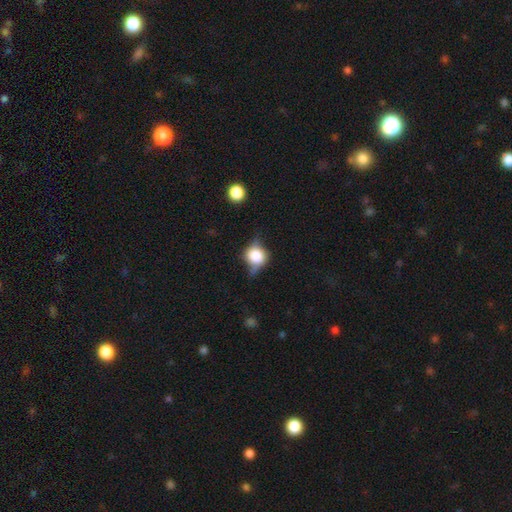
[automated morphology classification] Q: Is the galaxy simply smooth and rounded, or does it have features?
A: smooth — 54%.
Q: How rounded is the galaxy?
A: round — 79%.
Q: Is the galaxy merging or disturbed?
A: none — 53%.